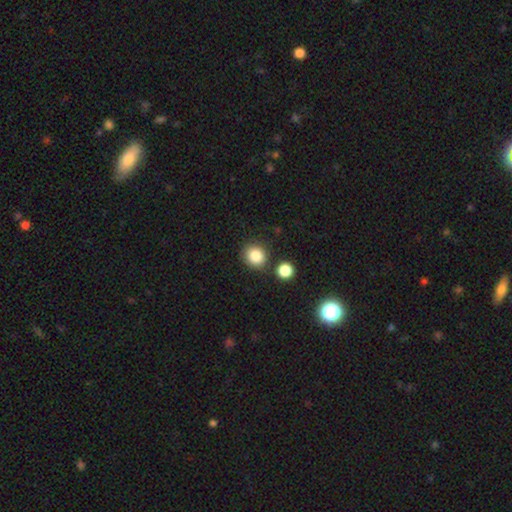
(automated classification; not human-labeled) A smooth galaxy with no disk features (85%) that is round (83%). Merging: none (81%).